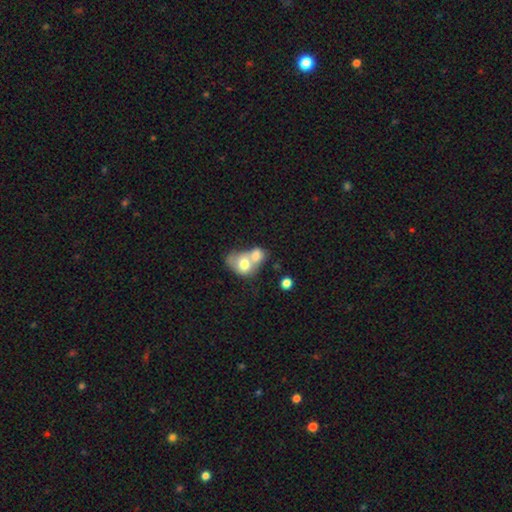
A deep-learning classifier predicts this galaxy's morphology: The model was most divided on "how rounded": in between: 50%, round: 49%, cigar-shaped: 1%. More confident: merging — merger (77%); smooth or featured — smooth (69%).